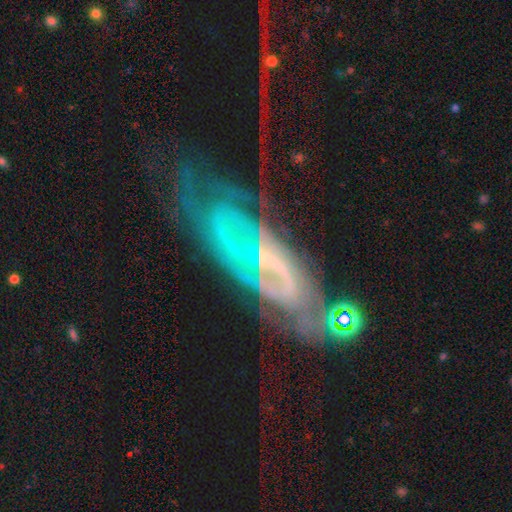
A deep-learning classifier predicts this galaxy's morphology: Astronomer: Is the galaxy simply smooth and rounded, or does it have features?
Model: featured or disk — 79%.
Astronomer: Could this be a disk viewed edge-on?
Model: no — 83%.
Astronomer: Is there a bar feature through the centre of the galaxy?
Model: weak — 41% (runner-up: no, 36%).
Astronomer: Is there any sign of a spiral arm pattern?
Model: yes — 85%.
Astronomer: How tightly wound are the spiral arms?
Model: tight — 41%, tied with medium at 41%.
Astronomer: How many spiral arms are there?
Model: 2 — 48% (runner-up: can't tell, 32%).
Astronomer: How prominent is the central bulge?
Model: small — 63%.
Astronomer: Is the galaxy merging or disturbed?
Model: none — 46% (runner-up: major disturbance, 22%).